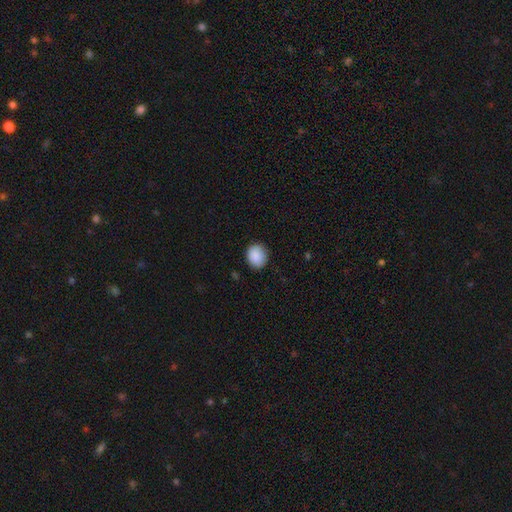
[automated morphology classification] A smooth galaxy with no disk features (89%) that is round (71%). Merging: none (86%).